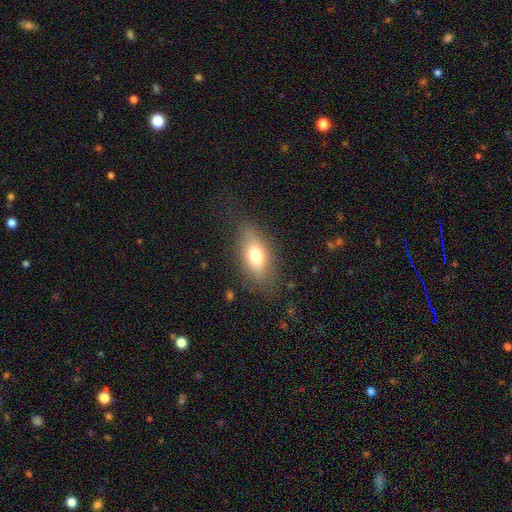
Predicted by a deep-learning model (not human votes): smooth-or-featured: smooth: 69% | featured or disk: 22% | star or artifact: 9%
  how-rounded: in between: 80% | cigar-shaped: 13% | round: 7%
  merging: none: 77% | minor disturbance: 16% | major disturbance: 7% | merger: 1%